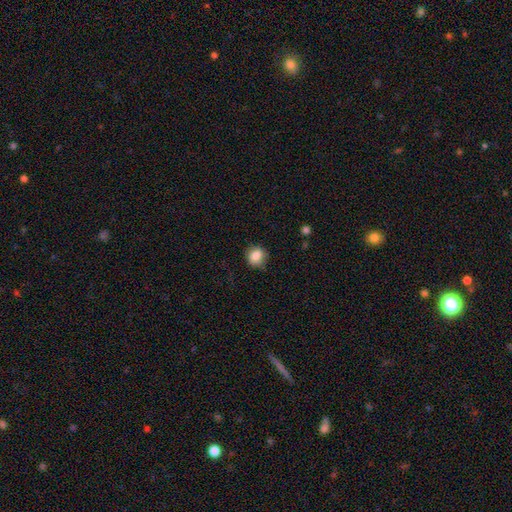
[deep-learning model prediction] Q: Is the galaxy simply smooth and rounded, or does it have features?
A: smooth — 84%.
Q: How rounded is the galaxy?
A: round — 84%.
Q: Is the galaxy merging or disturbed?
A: none — 80%.